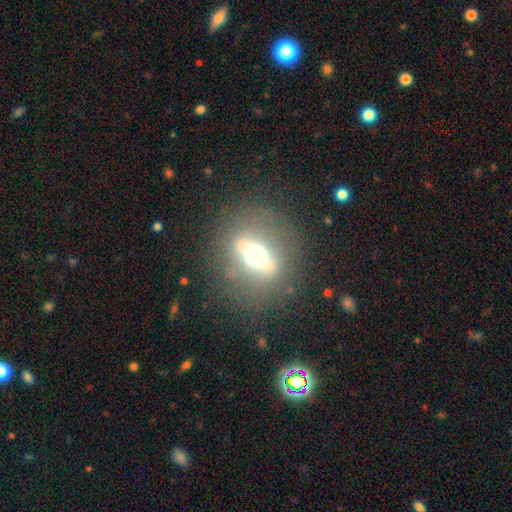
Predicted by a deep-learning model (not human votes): Smooth or featured: featured or disk — 63% (smooth — 26%)
Edge-on disk: yes — 52% (no — 48%)
Merging: none — 80% (minor disturbance — 11%)